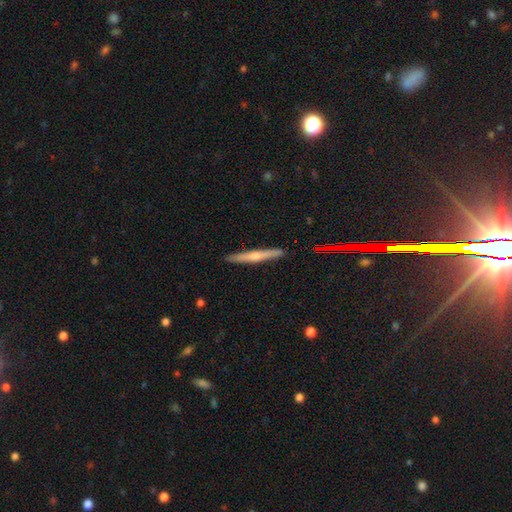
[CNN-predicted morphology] This is possibly a featured or disk galaxy (48%). Merging: clearly none (91%).